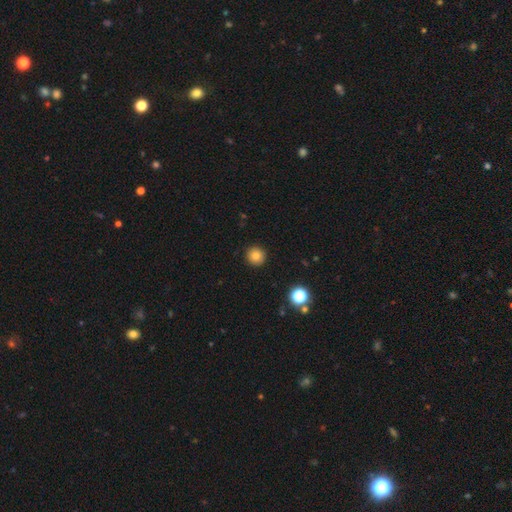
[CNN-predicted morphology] A smooth galaxy with no disk features (80%) that is round (95%). Merging: none (92%).